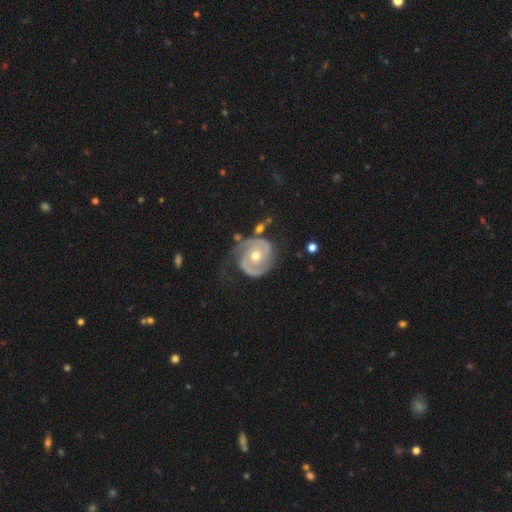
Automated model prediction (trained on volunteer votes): Q: Smooth or featured?
A: featured or disk (86%); runner-up: smooth (9%)
Q: Edge-on disk?
A: no (98%); runner-up: yes (2%)
Q: Bar?
A: no (73%); runner-up: weak (21%)
Q: Spiral arms?
A: yes (94%); runner-up: no (6%)
Q: Spiral winding?
A: tight (53%); runner-up: medium (35%)
Q: Spiral arm count?
A: 2 (76%); runner-up: 1 (9%)
Q: Bulge size?
A: moderate (74%); runner-up: small (21%)
Q: Merging?
A: none (60%); runner-up: minor disturbance (23%)